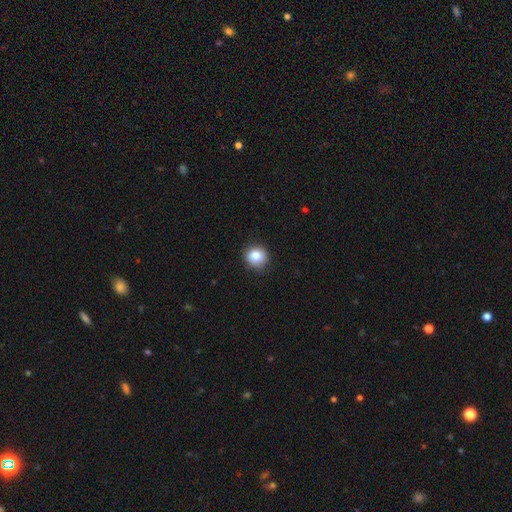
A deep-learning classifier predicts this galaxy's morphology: A smooth galaxy with no disk features (84%) that is round (86%).

Vote fractions:
- Smooth or featured? smooth: 84% / star or artifact: 9% / featured or disk: 7%
- How rounded? round: 86% / in between: 13% / cigar-shaped: 1%
- Merging? none: 87% / minor disturbance: 10% / major disturbance: 2% / merger: 1%